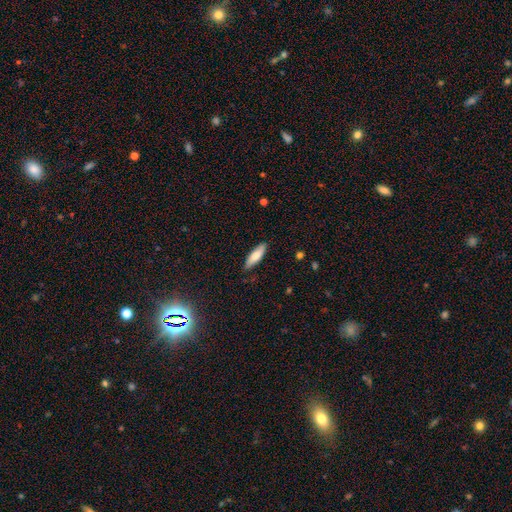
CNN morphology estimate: Overall: smooth (75%). How rounded: cigar-shaped (51%; in between 48%). Merging: none (84%).